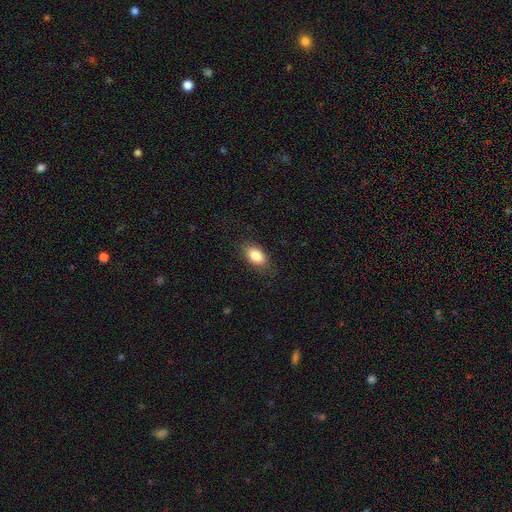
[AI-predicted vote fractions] This is clearly a smooth galaxy (85%). How rounded: clearly in between (91%). Merging: clearly none (83%).